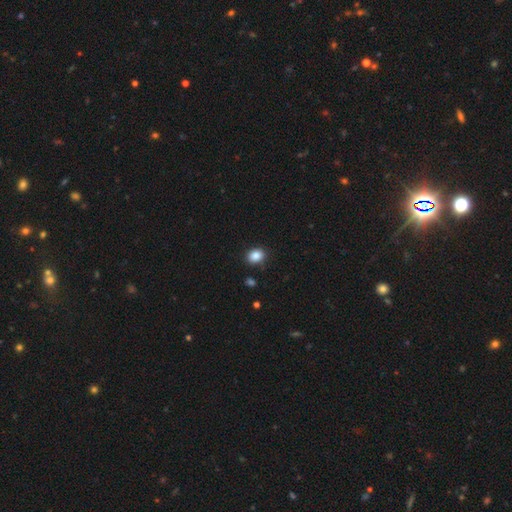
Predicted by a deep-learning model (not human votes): Smooth or featured? smooth (87%)
How rounded? in between (56%)
Merging? none (87%)